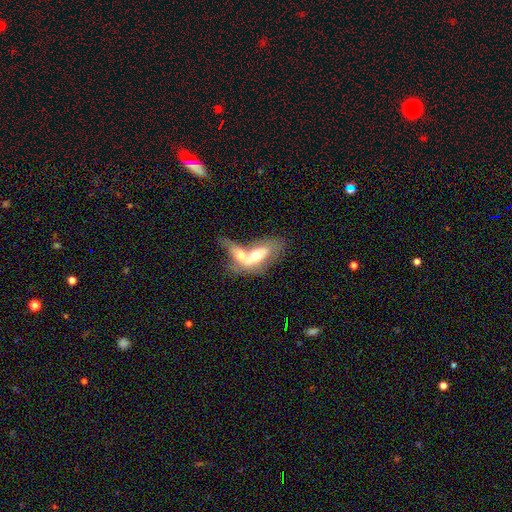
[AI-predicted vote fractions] This appears to be a featured or disk galaxy (48%). Merging: merger (77%).